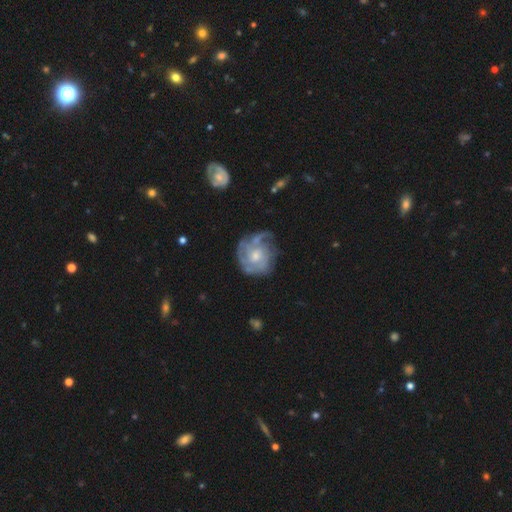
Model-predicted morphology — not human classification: This is likely a featured or disk galaxy (77%). It is clearly not viewed edge-on (98%). Bar: likely no (74%). Spiral arm pattern: clearly yes (87%). Spiral arm count: marginally can't tell (43%). Spiral winding: possibly tight (56%). Central bulge: possibly moderate (51%). Merging: possibly none (57%).